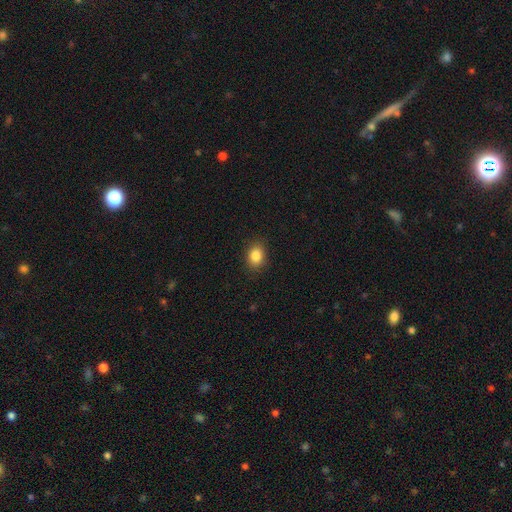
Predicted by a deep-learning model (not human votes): This appears to be a smooth galaxy with no disk features (85%) that is in between round and cigar-shaped (59%). Merging: none (87%).